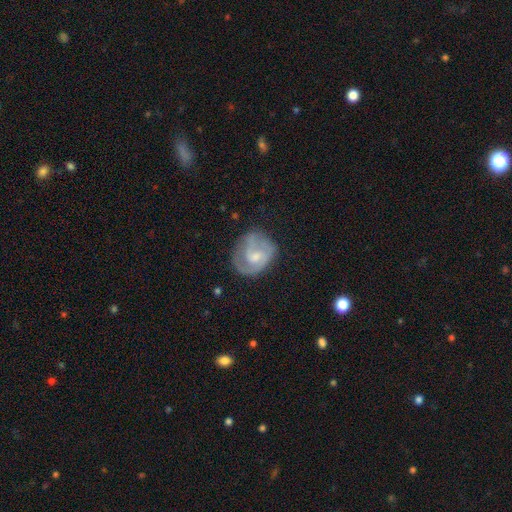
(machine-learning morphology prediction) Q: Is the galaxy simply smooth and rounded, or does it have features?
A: featured or disk — 62%.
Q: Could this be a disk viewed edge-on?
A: no — 97%.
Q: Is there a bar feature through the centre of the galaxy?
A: no — 57%.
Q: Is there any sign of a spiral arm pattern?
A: yes — 78%.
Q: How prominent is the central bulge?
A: moderate — 46%.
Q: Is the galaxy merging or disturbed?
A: none — 54%.